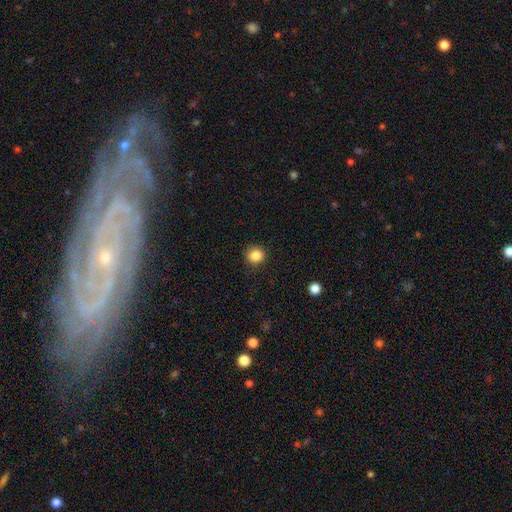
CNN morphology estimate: Overall: smooth (85%). How rounded: round (92%). Merging: none (90%).